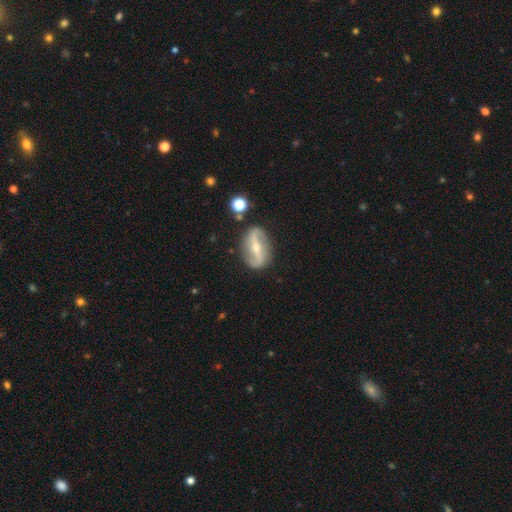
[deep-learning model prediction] Morphology: type=featured or disk (62%); edge-on=no (94%); bar=weak (42%); spiral arms=yes (72%); bulge=moderate (47%); merging=none (70%).